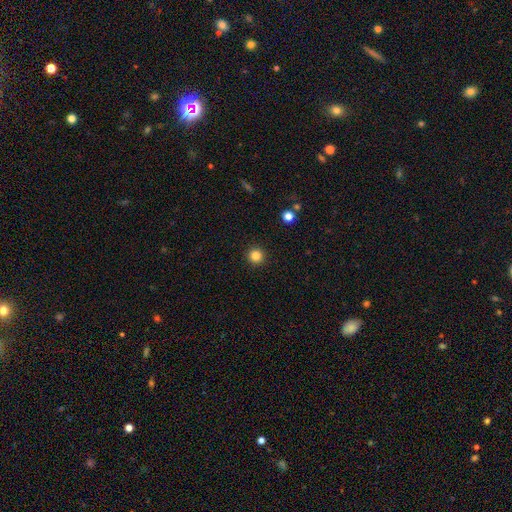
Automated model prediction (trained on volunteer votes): Q: Smooth or featured?
A: smooth (83%); runner-up: star or artifact (12%)
Q: How rounded?
A: round (96%); runner-up: in between (3%)
Q: Merging?
A: none (93%); runner-up: minor disturbance (4%)